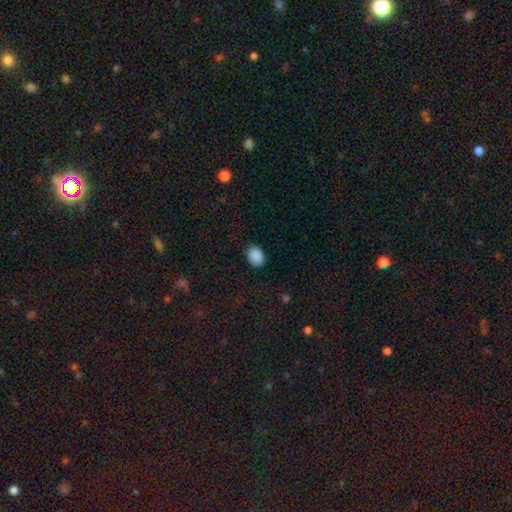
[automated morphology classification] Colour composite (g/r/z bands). It shows a smooth galaxy with no disk features (89%) that is in between round and cigar-shaped (65%). Merging: none (86%).